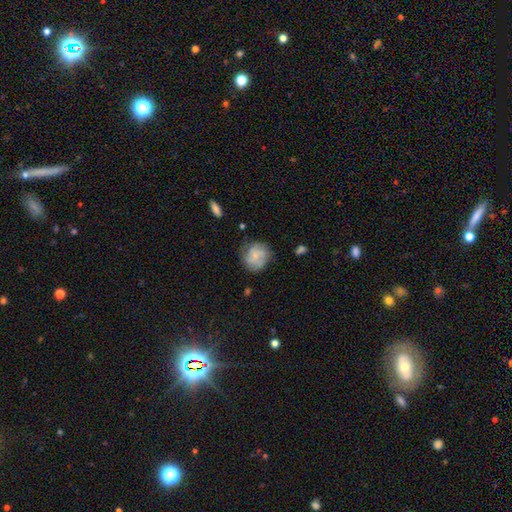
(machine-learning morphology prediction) type=featured or disk (55%); edge-on=no (98%); bar=no (71%); spiral arms=yes (81%); bulge=small (63%); merging=none (68%).